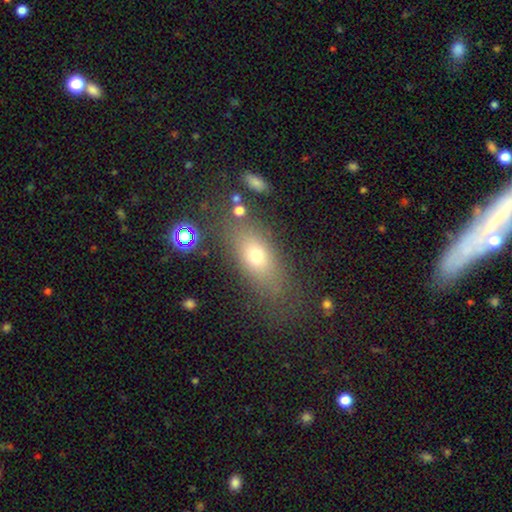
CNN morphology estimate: A smooth galaxy with no disk features (66%) that is in between round and cigar-shaped (69%). Merging: none (72%).